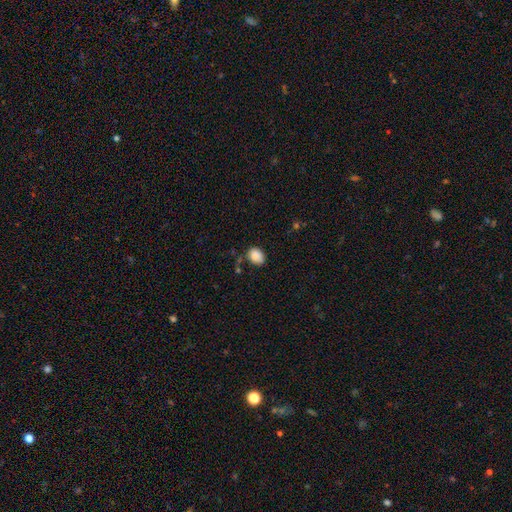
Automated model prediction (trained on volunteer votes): Smooth or featured: smooth — 87% (star or artifact — 8%)
How rounded: in between — 70% (round — 29%)
Merging: none — 68% (minor disturbance — 22%)